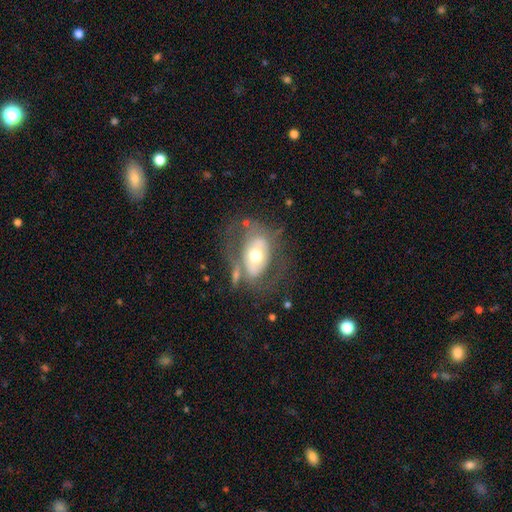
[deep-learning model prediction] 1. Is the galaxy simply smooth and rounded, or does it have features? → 59% featured or disk, 34% smooth, 7% star or artifact.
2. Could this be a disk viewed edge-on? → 92% no, 8% yes.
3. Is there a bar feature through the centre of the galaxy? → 66% no, 20% weak, 14% strong.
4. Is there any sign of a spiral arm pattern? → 65% no, 35% yes.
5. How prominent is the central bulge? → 70% moderate, 15% small, 12% large, 1% dominant, 1% none.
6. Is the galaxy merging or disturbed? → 52% none, 20% minor disturbance, 20% major disturbance, 8% merger.